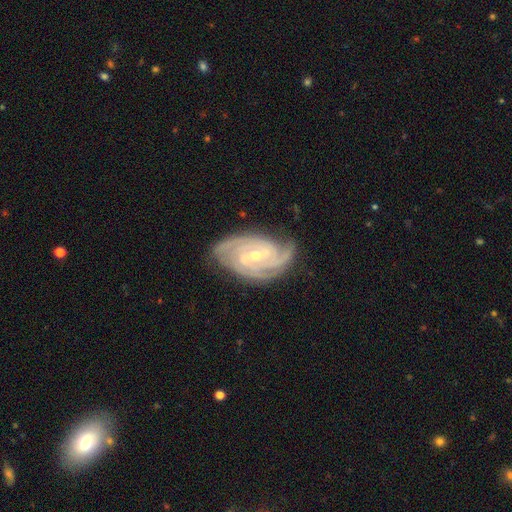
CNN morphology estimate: type=featured or disk (92%); edge-on=no (97%); bar=weak (51%); spiral arms=yes (99%); winding=tight (68%); arm count=3 (41%); bulge=small (61%); merging=none (77%).